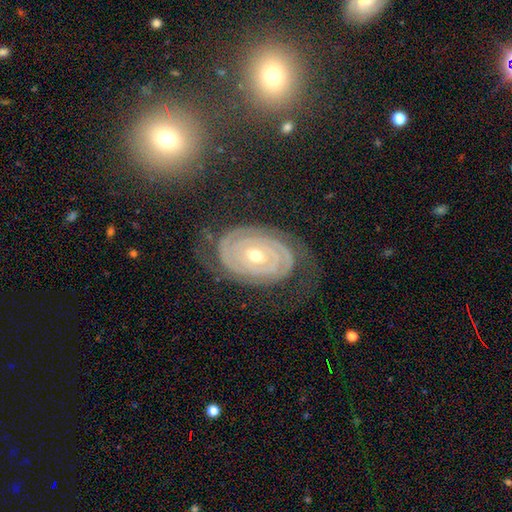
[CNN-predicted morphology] smooth-or-featured: featured or disk: 89% | star or artifact: 6% | smooth: 5%
  disk-edge-on: no: 97% | yes: 3%
    bar: no: 70% | weak: 19% | strong: 11%
    has-spiral-arms: yes: 97% | no: 3%
      spiral-winding: tight: 88% | medium: 10% | loose: 2%
      spiral-arm-count: 2: 70% | can't tell: 12% | 3: 8% | 4: 4% | 1: 3% | more than 4: 3%
    bulge-size: moderate: 51% | small: 46% | large: 2% | dominant: 1% | none: 1%
  merging: none: 77% | minor disturbance: 14% | major disturbance: 7% | merger: 2%